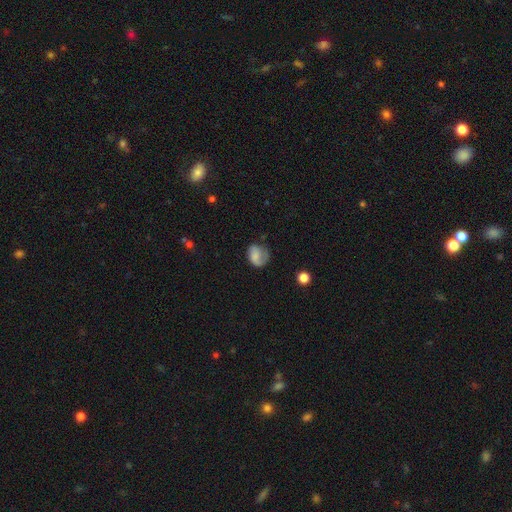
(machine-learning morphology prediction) Q: Smooth or featured?
A: smooth (57%); runner-up: featured or disk (34%)
Q: How rounded?
A: round (54%); runner-up: in between (45%)
Q: Merging?
A: none (50%); runner-up: minor disturbance (29%)